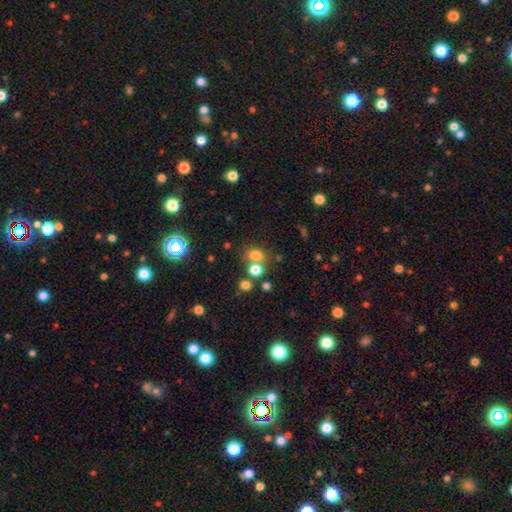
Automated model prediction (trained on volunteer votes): A smooth galaxy with no disk features (74%) that is round (55%).

Vote fractions:
- Smooth or featured? smooth: 74% / star or artifact: 17% / featured or disk: 9%
- How rounded? round: 55% / in between: 44% / cigar-shaped: 1%
- Merging? none: 54% / merger: 30% / minor disturbance: 10% / major disturbance: 5%